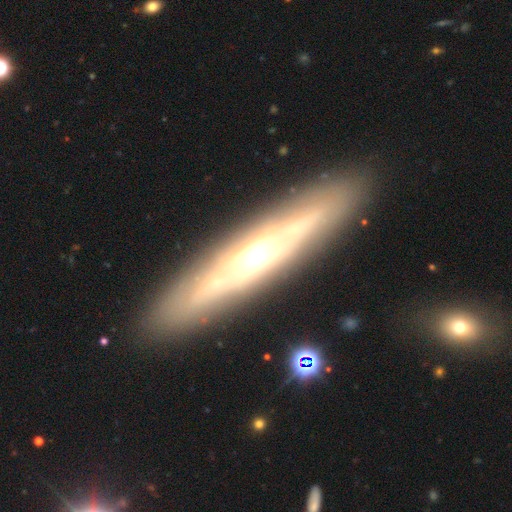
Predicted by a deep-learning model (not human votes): This appears to be a featured or disk galaxy (76%) viewed edge-on (68%) with a rounded central bulge (82%). Merging: none (87%).